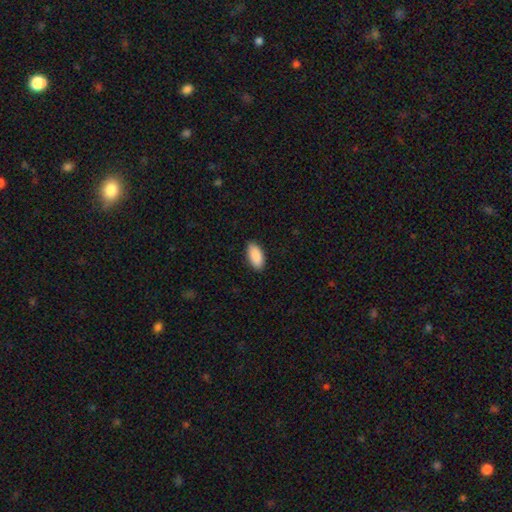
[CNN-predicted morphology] type=smooth (91%); roundness=in between (93%); merging=none (89%).